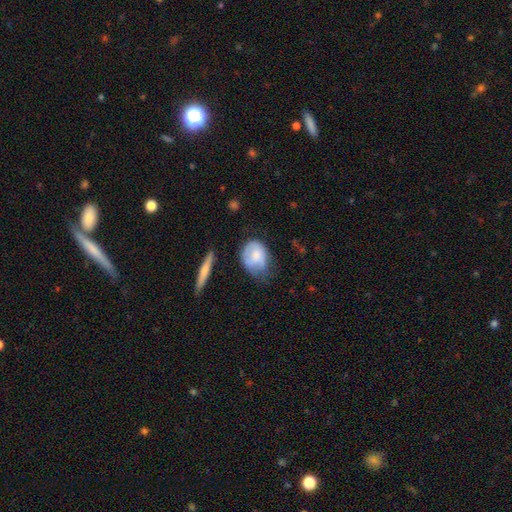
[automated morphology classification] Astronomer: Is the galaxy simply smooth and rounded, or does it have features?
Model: smooth — 68%.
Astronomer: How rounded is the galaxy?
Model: in between — 62% (runner-up: round, 37%).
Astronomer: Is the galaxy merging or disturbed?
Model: minor disturbance — 40% (runner-up: none, 39%).